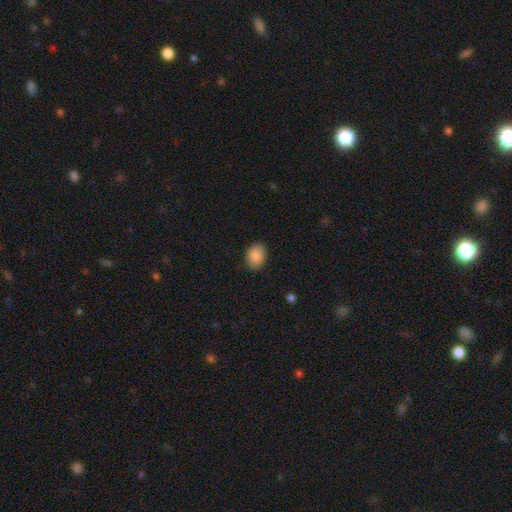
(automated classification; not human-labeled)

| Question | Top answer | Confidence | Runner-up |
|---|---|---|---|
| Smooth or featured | smooth | 88% | star or artifact (7%) |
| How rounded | in between | 65% | round (34%) |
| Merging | none | 81% | minor disturbance (15%) |